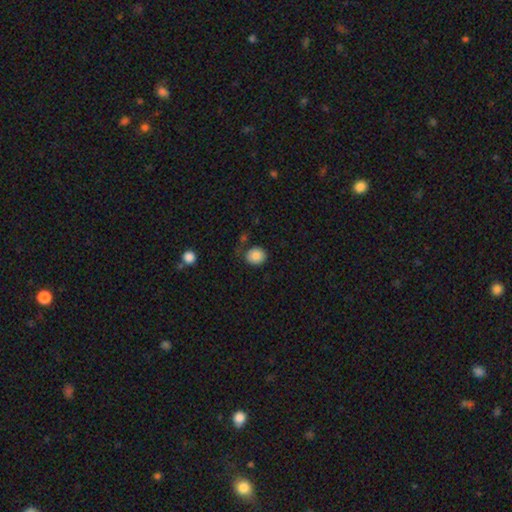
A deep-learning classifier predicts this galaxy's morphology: The model was most divided on "how rounded": round: 75%, in between: 24%, cigar-shaped: 1%. More confident: smooth or featured — smooth (84%); merging — none (73%).